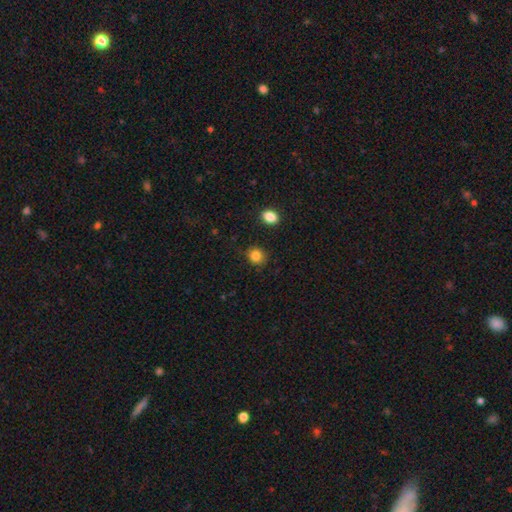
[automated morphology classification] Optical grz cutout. It shows a smooth galaxy with no disk features (85%) that is round (78%). Merging: none (83%).